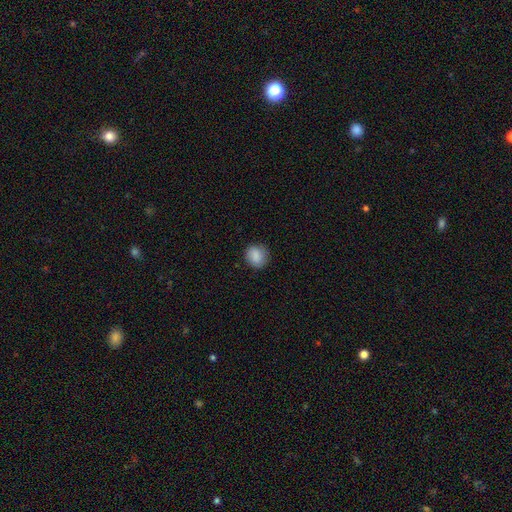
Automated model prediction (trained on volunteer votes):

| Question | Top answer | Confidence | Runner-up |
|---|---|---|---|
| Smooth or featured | smooth | 87% | star or artifact (8%) |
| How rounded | round | 79% | in between (20%) |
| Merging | none | 84% | minor disturbance (12%) |